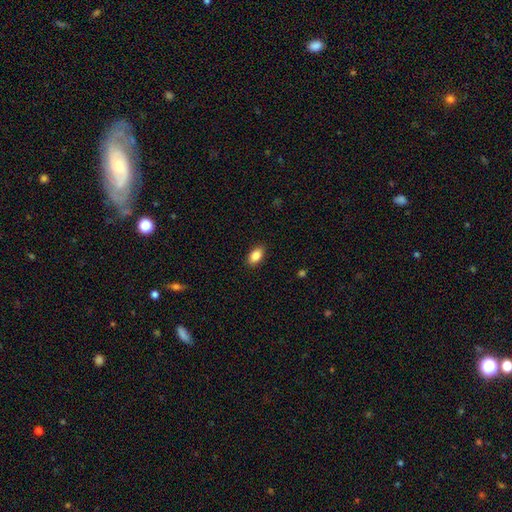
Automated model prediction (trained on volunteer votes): A smooth galaxy with no disk features (87%) that is in between round and cigar-shaped (91%).

Vote fractions:
- Smooth or featured? smooth: 87% / star or artifact: 8% / featured or disk: 5%
- How rounded? in between: 91% / round: 7% / cigar-shaped: 3%
- Merging? none: 88% / minor disturbance: 9% / major disturbance: 2% / merger: 1%